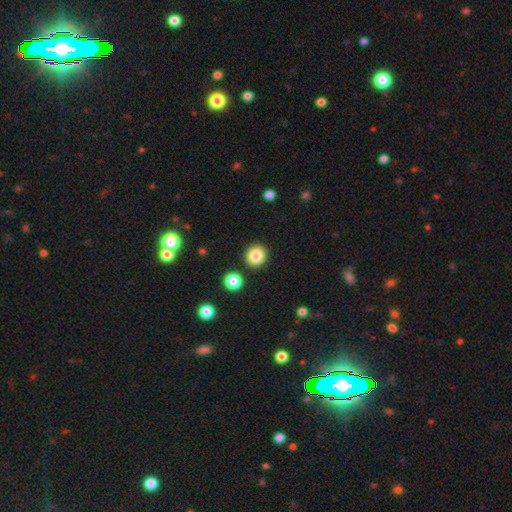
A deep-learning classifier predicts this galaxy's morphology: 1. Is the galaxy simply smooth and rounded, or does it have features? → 84% smooth, 10% star or artifact, 6% featured or disk.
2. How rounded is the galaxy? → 89% round, 10% in between, 1% cigar-shaped.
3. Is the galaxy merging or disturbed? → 90% none, 5% minor disturbance, 3% merger, 2% major disturbance.